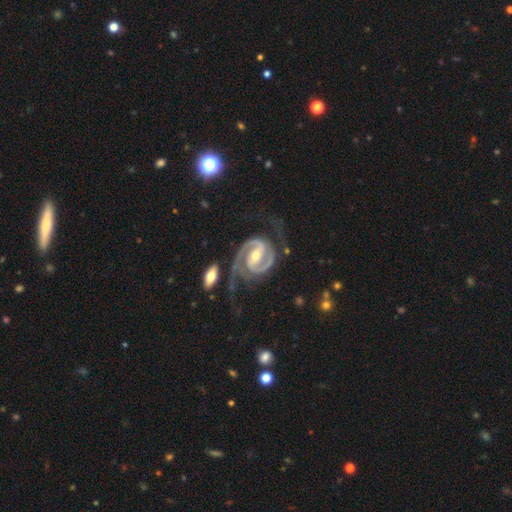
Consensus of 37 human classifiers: smooth_or_featured: featured or disk (p=0.95) [alt: smooth p=0.05]
disk_edge_on: no (p=0.94) [alt: yes p=0.06]
bar: strong (p=0.45) [alt: weak p=0.42]
has_spiral_arms: yes (p=1.00)
spiral_winding: medium (p=0.70) [alt: tight p=0.21]
spiral_arm_count: 2 (p=0.94) [alt: 1 p=0.03]
bulge_size: moderate (p=0.58) [alt: small p=0.42]
merging: none (p=0.59) [alt: minor disturbance p=0.19]